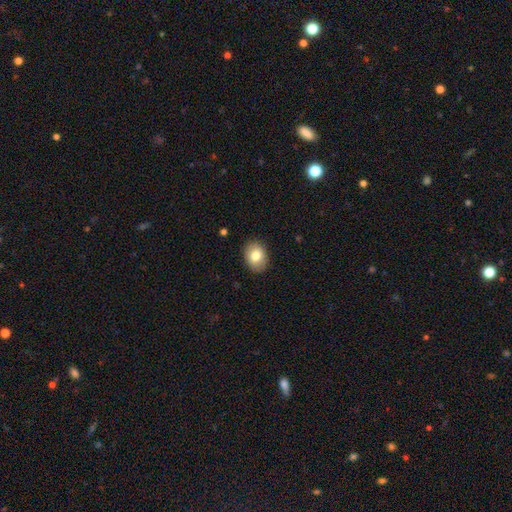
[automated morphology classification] Q: Smooth or featured?
A: smooth (80%); runner-up: featured or disk (12%)
Q: How rounded?
A: in between (67%); runner-up: round (32%)
Q: Merging?
A: none (88%); runner-up: minor disturbance (9%)